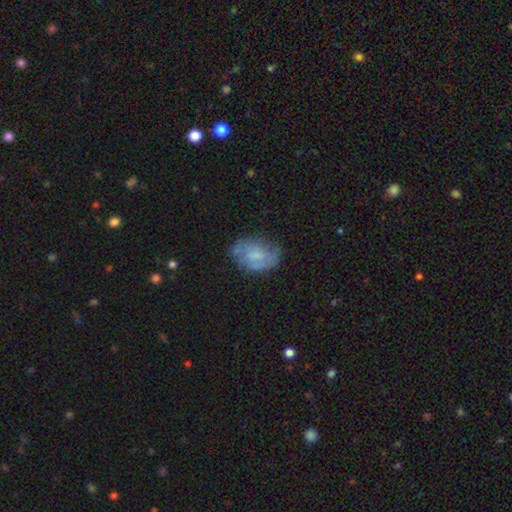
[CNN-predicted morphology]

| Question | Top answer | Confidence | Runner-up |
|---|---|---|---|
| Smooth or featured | smooth | 47% | featured or disk (45%) |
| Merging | none | 57% | minor disturbance (28%) |